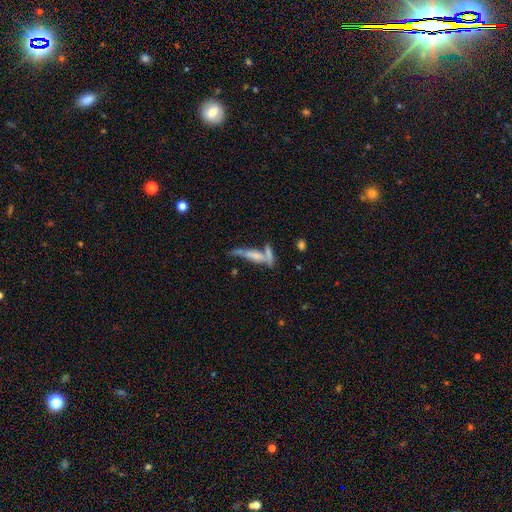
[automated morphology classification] The model was most divided on "merging": merger: 40%, none: 36%, minor disturbance: 14%, major disturbance: 10%. Remaining: smooth or featured — smooth (49%).